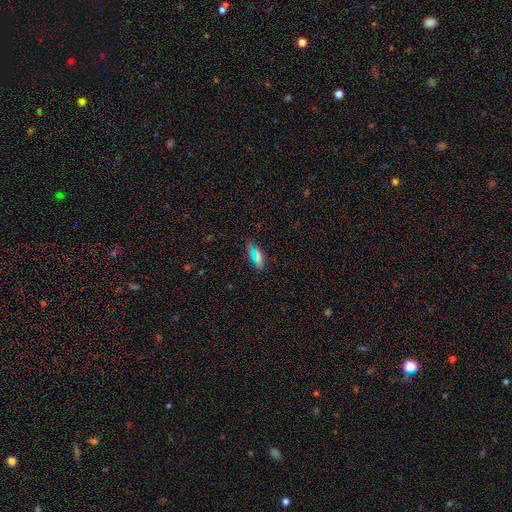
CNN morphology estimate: The model was most divided on "smooth or featured": smooth: 62%, star or artifact: 24%, featured or disk: 13%. More confident: merging — none (78%); how rounded — in between (68%).